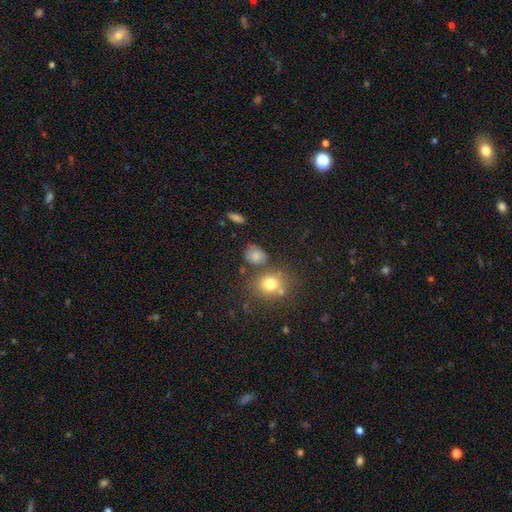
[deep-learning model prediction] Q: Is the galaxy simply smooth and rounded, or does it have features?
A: smooth — 77%.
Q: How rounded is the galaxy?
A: round — 65%.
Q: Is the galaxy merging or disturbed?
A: none — 66%.